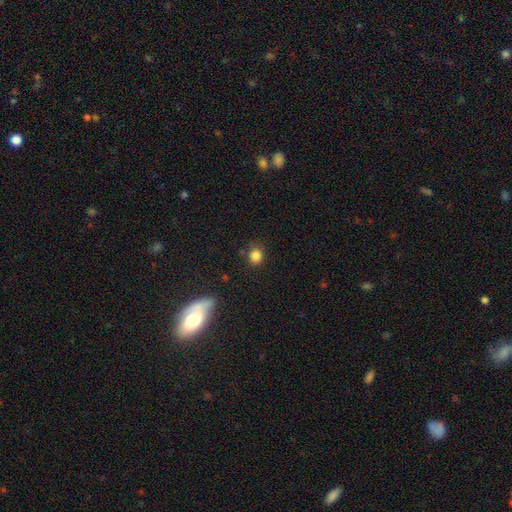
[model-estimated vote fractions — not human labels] Overall: smooth (83%). How rounded: round (65%; in between 34%). Merging: none (81%).